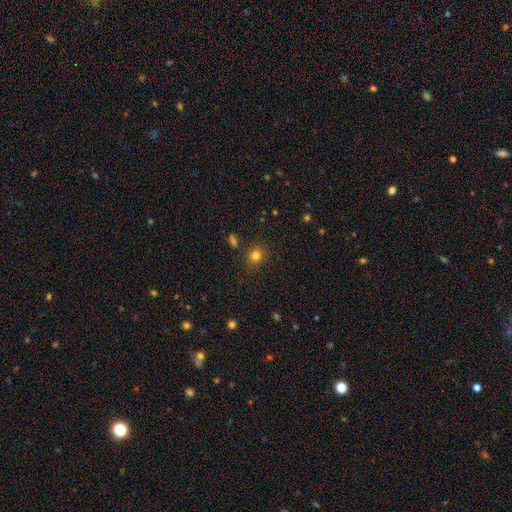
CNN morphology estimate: type=smooth (79%); roundness=round (79%); merging=none (83%).